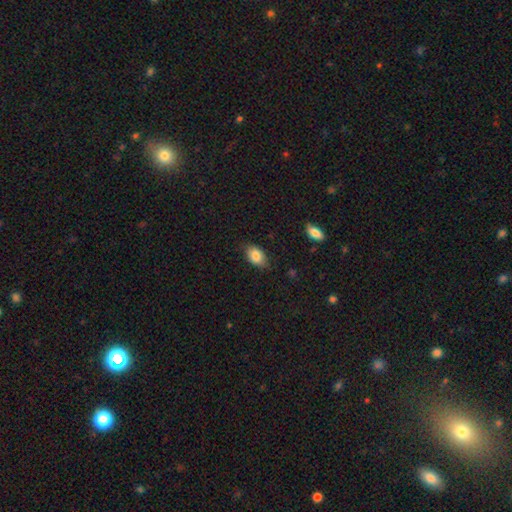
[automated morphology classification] The model was most divided on "merging": none: 78%, minor disturbance: 17%, major disturbance: 3%, merger: 1%. More confident: how rounded — in between (87%); smooth or featured — smooth (84%).